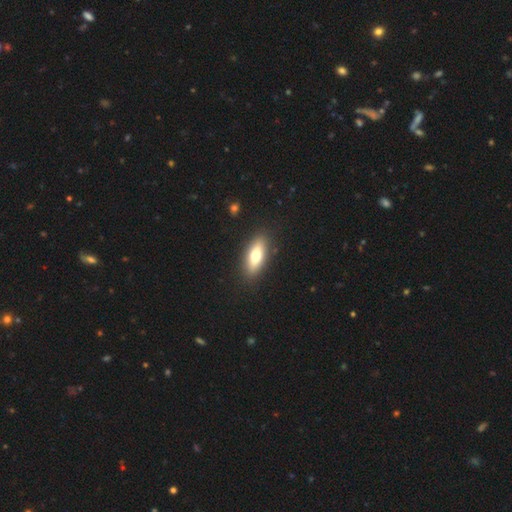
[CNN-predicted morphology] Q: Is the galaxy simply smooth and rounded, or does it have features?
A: smooth — 66%.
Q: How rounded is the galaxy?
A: in between — 68%.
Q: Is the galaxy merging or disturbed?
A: none — 88%.